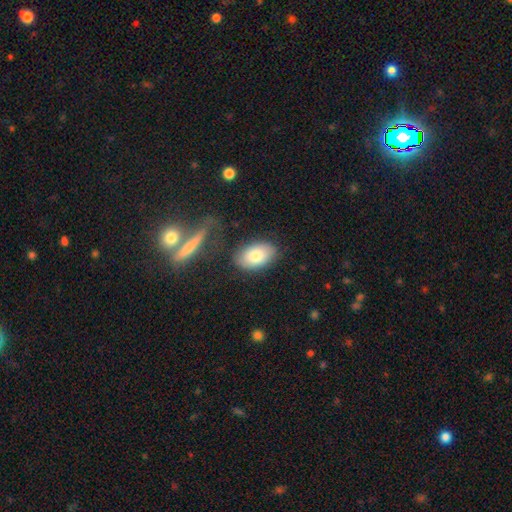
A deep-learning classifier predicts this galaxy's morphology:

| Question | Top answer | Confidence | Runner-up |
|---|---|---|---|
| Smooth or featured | smooth | 80% | featured or disk (13%) |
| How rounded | in between | 91% | round (7%) |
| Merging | none | 79% | minor disturbance (13%) |